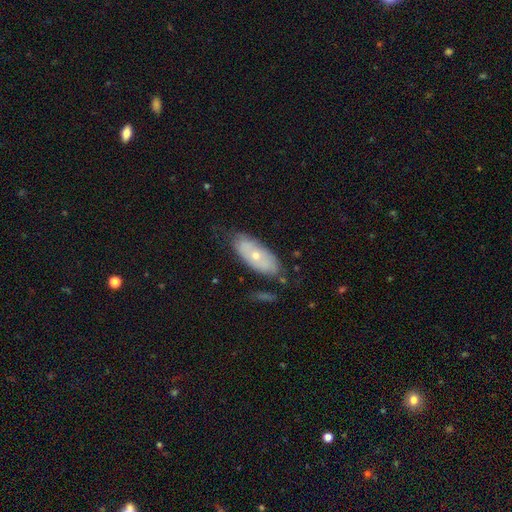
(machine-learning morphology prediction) This appears to be a featured or disk galaxy (47%). Merging: none (67%).